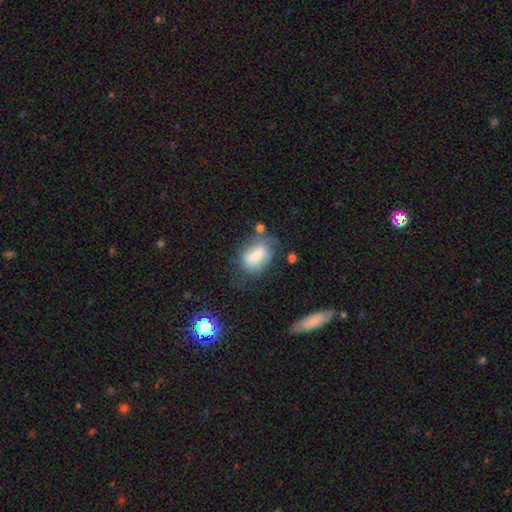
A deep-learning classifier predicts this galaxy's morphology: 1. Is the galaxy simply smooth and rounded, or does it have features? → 65% smooth, 26% featured or disk, 9% star or artifact.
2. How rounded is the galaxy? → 80% in between, 18% round, 2% cigar-shaped.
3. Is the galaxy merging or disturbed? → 43% none, 28% minor disturbance, 21% major disturbance, 8% merger.